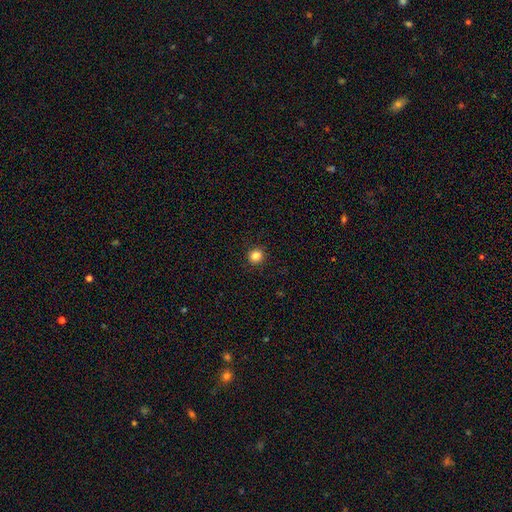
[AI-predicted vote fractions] Smooth or featured? smooth (85%)
How rounded? round (90%)
Merging? none (92%)